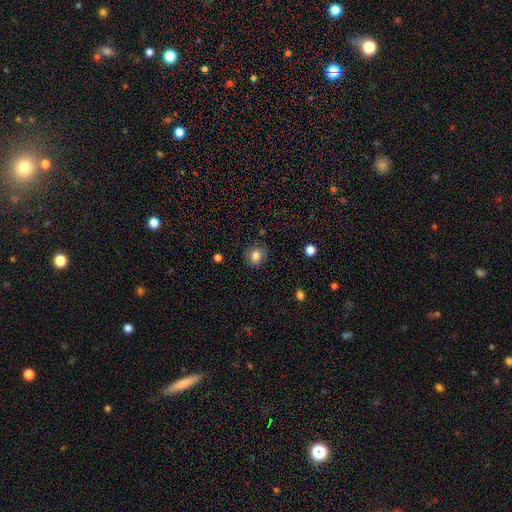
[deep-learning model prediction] Smooth or featured: smooth — 82% (star or artifact — 10%)
How rounded: round — 67% (in between — 32%)
Merging: none — 82% (minor disturbance — 14%)